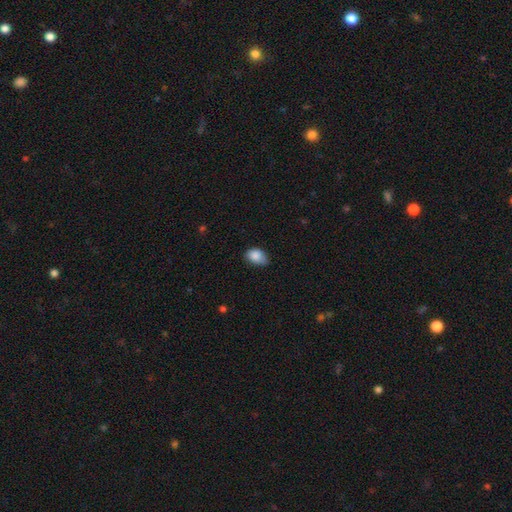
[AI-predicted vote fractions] Smooth or featured: smooth — 86% (star or artifact — 8%)
How rounded: in between — 80% (round — 19%)
Merging: none — 53% (minor disturbance — 39%)